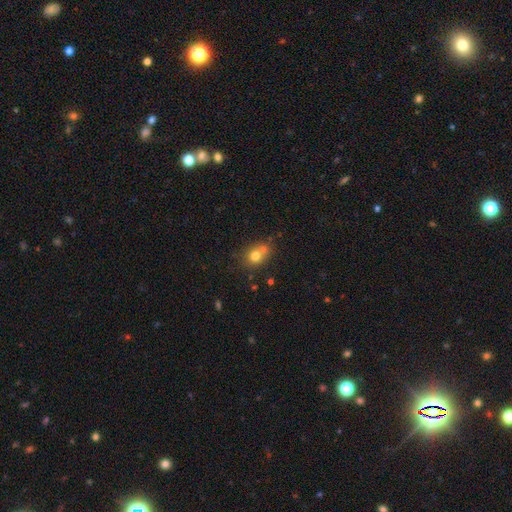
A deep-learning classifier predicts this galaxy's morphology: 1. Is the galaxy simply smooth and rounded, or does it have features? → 73% smooth, 14% featured or disk, 13% star or artifact.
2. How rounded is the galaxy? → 65% round, 34% in between, 1% cigar-shaped.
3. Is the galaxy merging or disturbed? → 47% none, 37% merger, 11% minor disturbance, 4% major disturbance.